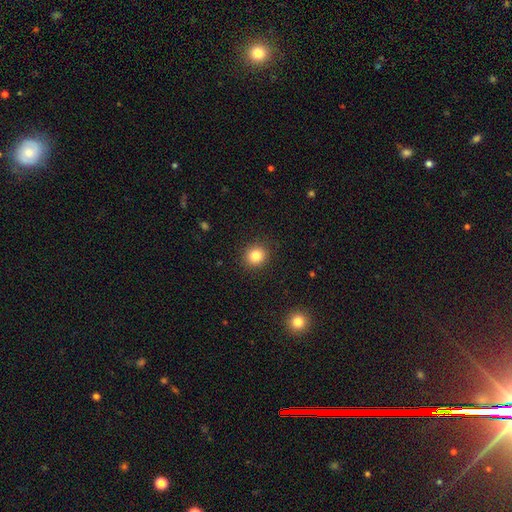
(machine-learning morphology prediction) Smooth or featured: smooth — 82% (star or artifact — 11%)
How rounded: round — 86% (in between — 13%)
Merging: none — 90% (minor disturbance — 7%)